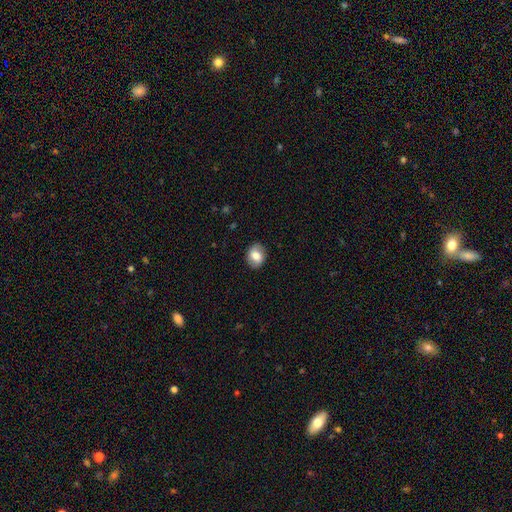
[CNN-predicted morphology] Smooth or featured?
  - smooth: 72% *
  - featured or disk: 21%
  - star or artifact: 8%
How rounded?
  - round: 51% *
  - in between: 48%
  - cigar-shaped: 1%
Merging?
  - none: 86% *
  - minor disturbance: 10%
  - major disturbance: 3%
  - merger: 1%